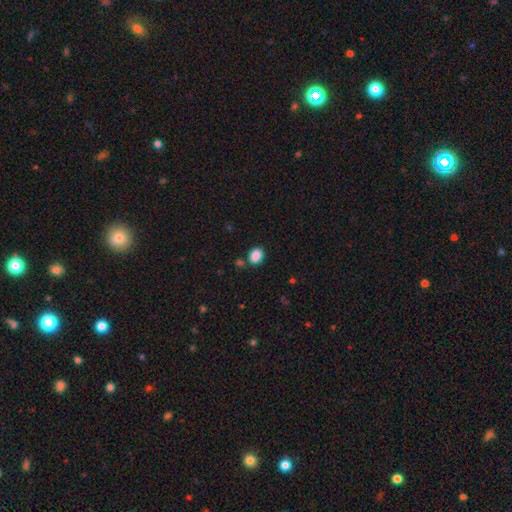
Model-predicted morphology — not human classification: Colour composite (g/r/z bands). It shows a smooth galaxy with no disk features (88%) that is in between round and cigar-shaped (59%). Merging: none (77%).